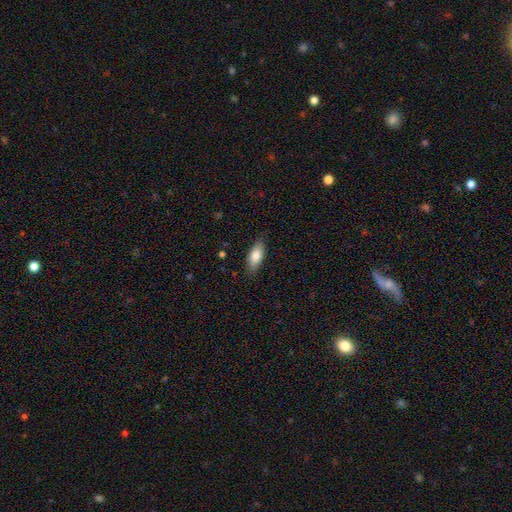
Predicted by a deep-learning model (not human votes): Smooth or featured: smooth — 81% (featured or disk — 13%)
How rounded: in between — 79% (cigar-shaped — 18%)
Merging: none — 84% (minor disturbance — 12%)